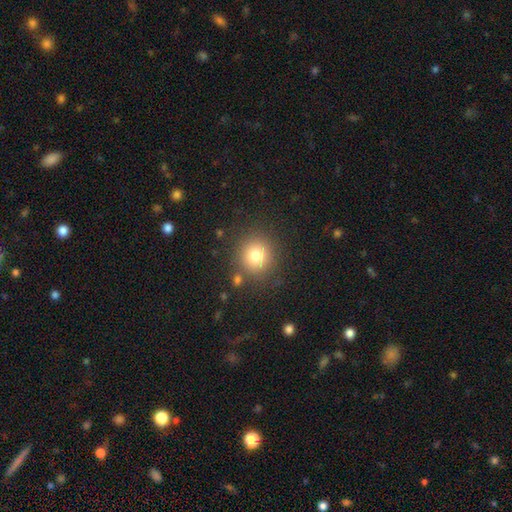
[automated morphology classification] Overall: smooth (79%). How rounded: round (91%). Merging: none (83%).